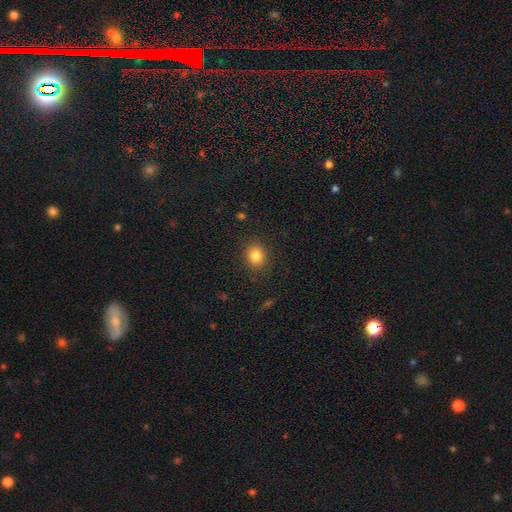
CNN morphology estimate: A smooth galaxy with no disk features (82%) that is round (71%). Merging: none (89%).